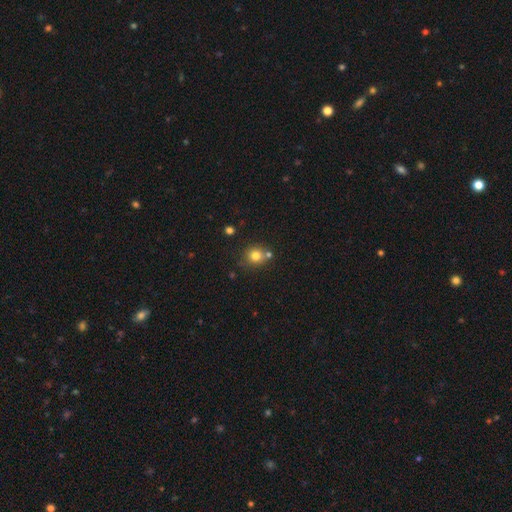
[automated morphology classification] This is likely a smooth galaxy (78%). How rounded: clearly round (83%). Merging: likely none (65%).